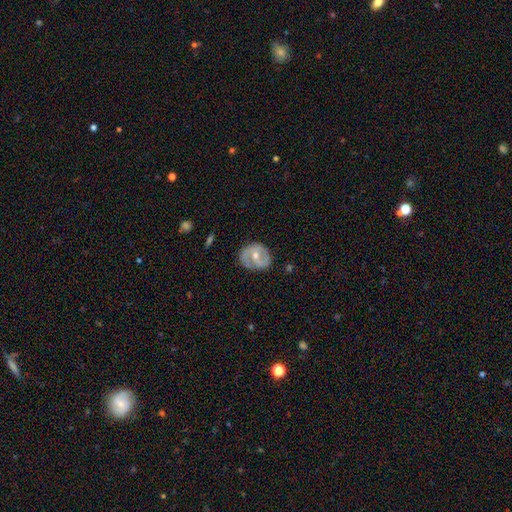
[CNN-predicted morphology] smooth_or_featured: featured or disk (p=0.69) [alt: smooth p=0.25]
disk_edge_on: no (p=0.96) [alt: yes p=0.04]
bar: weak (p=0.42) [alt: no p=0.39]
has_spiral_arms: yes (p=0.77) [alt: no p=0.23]
spiral_winding: medium (p=0.43) [alt: tight p=0.36]
spiral_arm_count: 2 (p=0.73) [alt: can't tell p=0.14]
bulge_size: moderate (p=0.63) [alt: small p=0.33]
merging: none (p=0.71) [alt: minor disturbance p=0.21]